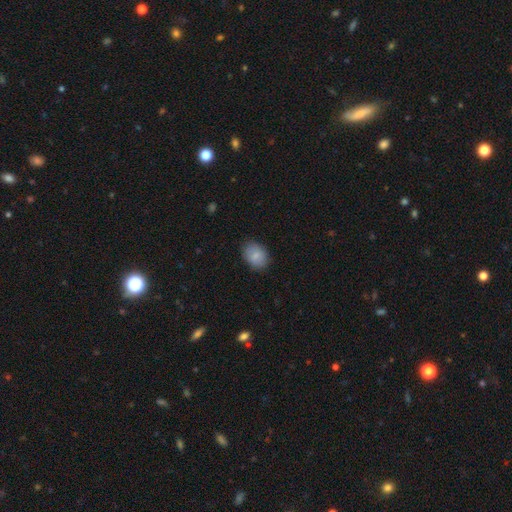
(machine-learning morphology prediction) Smooth or featured?
  - smooth: 85% *
  - featured or disk: 7%
  - star or artifact: 7%
How rounded?
  - in between: 68% *
  - round: 31%
  - cigar-shaped: 1%
Merging?
  - none: 85% *
  - minor disturbance: 12%
  - major disturbance: 3%
  - merger: 1%